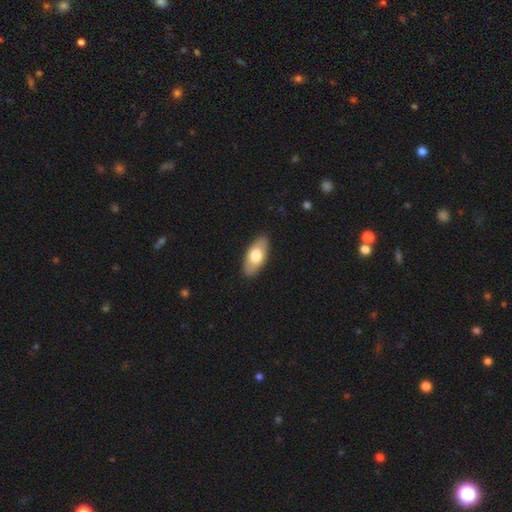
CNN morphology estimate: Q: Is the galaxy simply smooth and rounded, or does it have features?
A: smooth — 68%.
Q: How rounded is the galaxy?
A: in between — 88%.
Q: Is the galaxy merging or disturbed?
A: none — 88%.